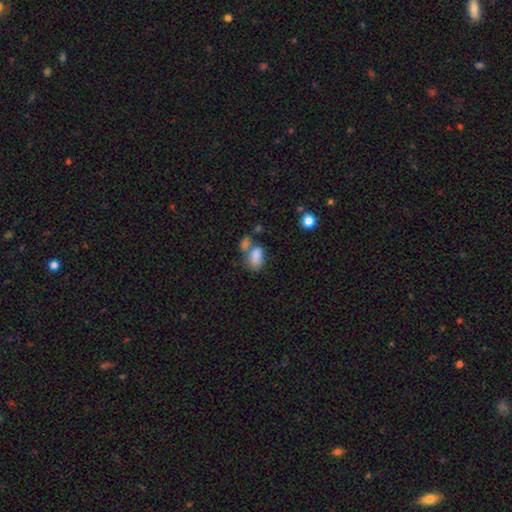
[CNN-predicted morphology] smooth-or-featured: smooth: 82% | featured or disk: 9% | star or artifact: 9%
  how-rounded: in between: 87% | round: 11% | cigar-shaped: 2%
  merging: merger: 43% | none: 34% | minor disturbance: 14% | major disturbance: 9%